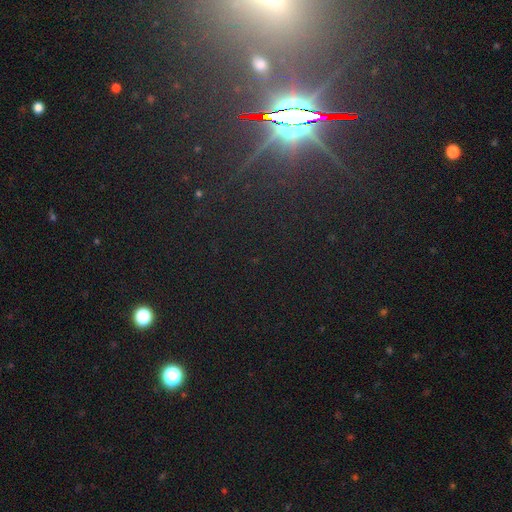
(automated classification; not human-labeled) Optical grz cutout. It shows a star or artifact, not a galaxy (83%).